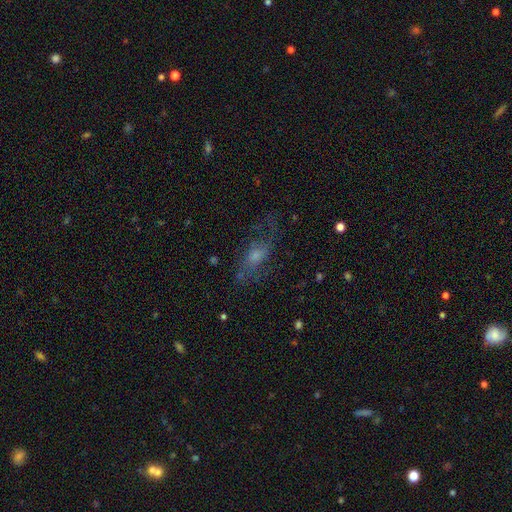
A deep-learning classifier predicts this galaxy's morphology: Smooth or featured?
  - featured or disk: 54% *
  - smooth: 33%
  - star or artifact: 13%
Edge-on disk?
  - no: 86% *
  - yes: 14%
Merging?
  - none: 54% *
  - major disturbance: 24%
  - minor disturbance: 20%
  - merger: 2%